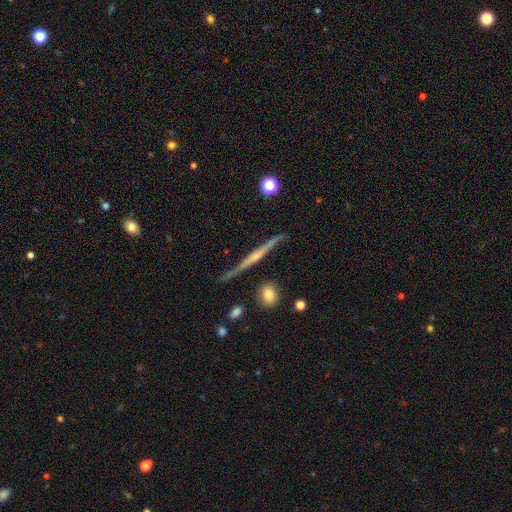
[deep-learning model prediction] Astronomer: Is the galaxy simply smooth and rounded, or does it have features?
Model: featured or disk — 76%.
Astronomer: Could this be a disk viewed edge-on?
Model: yes — 97%.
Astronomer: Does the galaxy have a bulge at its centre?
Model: rounded — 50% (runner-up: none, 35%).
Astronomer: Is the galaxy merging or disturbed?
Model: none — 82%.